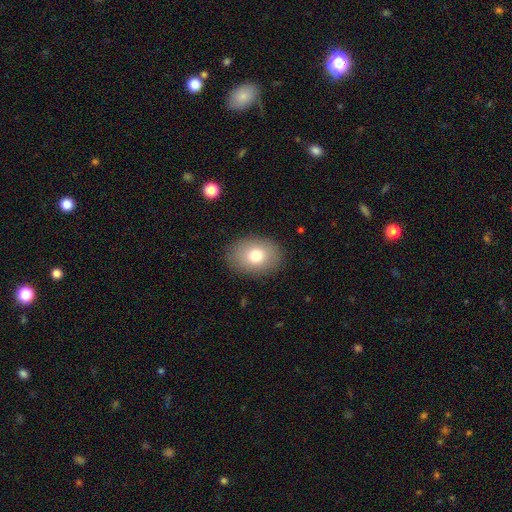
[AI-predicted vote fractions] The model was most divided on "how rounded": in between: 67%, round: 32%, cigar-shaped: 1%. More confident: merging — none (87%); smooth or featured — smooth (76%).